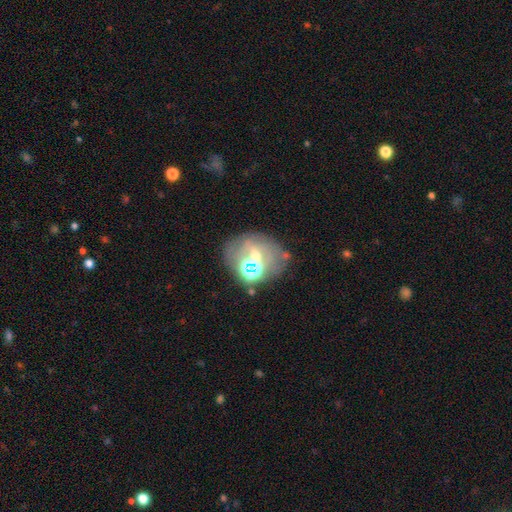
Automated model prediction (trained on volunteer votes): This is marginally a featured or disk galaxy (44%). Merging: possibly none (53%).